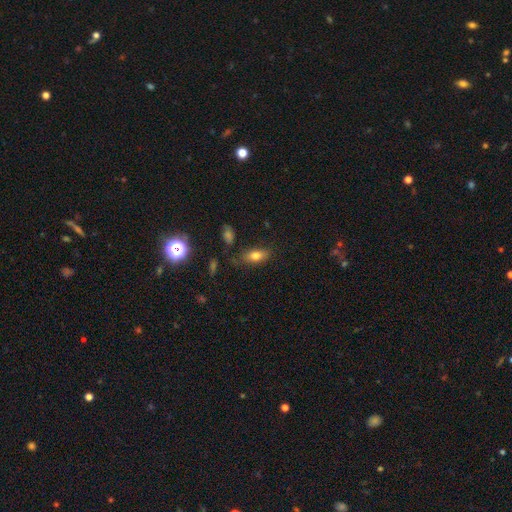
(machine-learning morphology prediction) Q: Smooth or featured?
A: smooth (75%); runner-up: featured or disk (14%)
Q: How rounded?
A: in between (83%); runner-up: cigar-shaped (12%)
Q: Merging?
A: none (76%); runner-up: minor disturbance (16%)